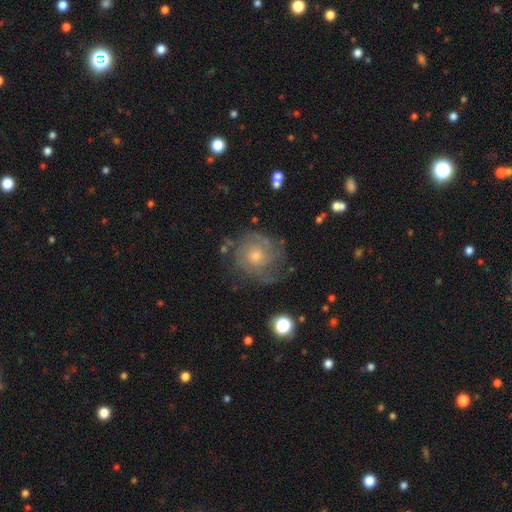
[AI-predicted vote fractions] smooth_or_featured: featured or disk (p=0.72) [alt: smooth p=0.18]
disk_edge_on: no (p=0.97) [alt: yes p=0.03]
bar: no (p=0.80) [alt: weak p=0.17]
has_spiral_arms: yes (p=0.89) [alt: no p=0.11]
spiral_winding: tight (p=0.66) [alt: medium p=0.26]
spiral_arm_count: can't tell (p=0.45) [alt: 2 p=0.21]
bulge_size: small (p=0.47) [alt: moderate p=0.46]
merging: none (p=0.74) [alt: minor disturbance p=0.16]